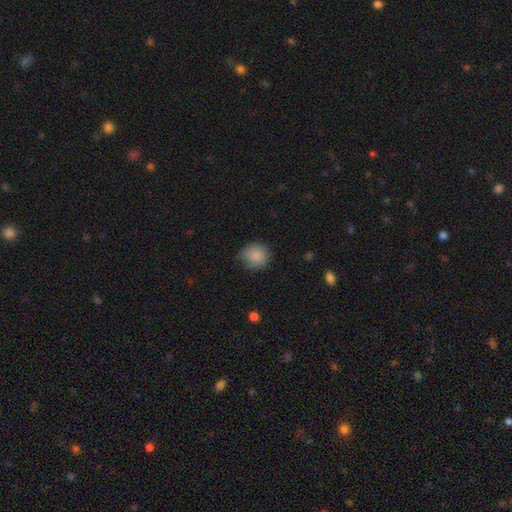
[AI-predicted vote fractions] Smooth or featured?
  - smooth: 87% *
  - star or artifact: 8%
  - featured or disk: 5%
How rounded?
  - round: 89% *
  - in between: 10%
  - cigar-shaped: 1%
Merging?
  - none: 80% *
  - minor disturbance: 15%
  - major disturbance: 3%
  - merger: 1%